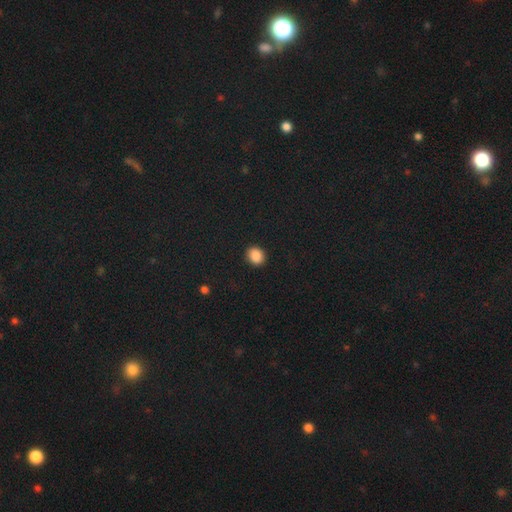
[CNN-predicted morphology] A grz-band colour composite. It shows a smooth galaxy with no disk features (88%) that is round (62%). Merging: none (90%).